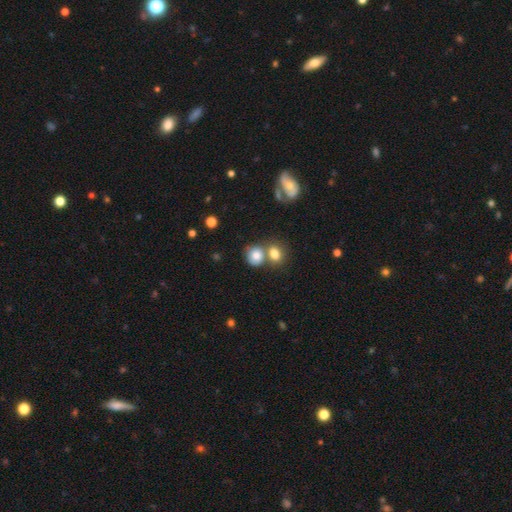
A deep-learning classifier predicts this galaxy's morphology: This appears to be a smooth galaxy with no disk features (78%) that is round (73%). Merging: merger (44%).